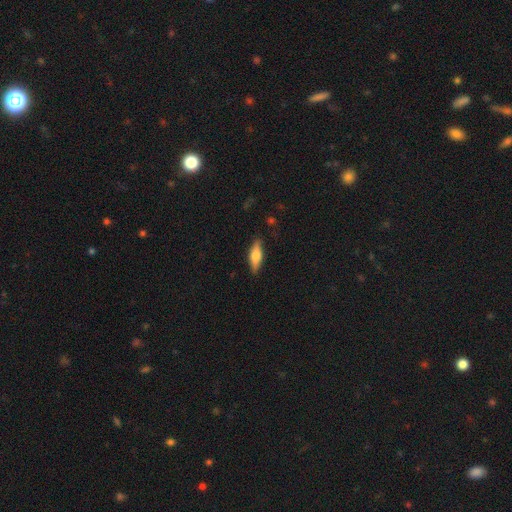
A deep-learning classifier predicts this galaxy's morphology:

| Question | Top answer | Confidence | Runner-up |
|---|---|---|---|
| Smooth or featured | smooth | 63% | featured or disk (31%) |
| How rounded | in between | 54% | cigar-shaped (44%) |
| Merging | none | 85% | minor disturbance (11%) |